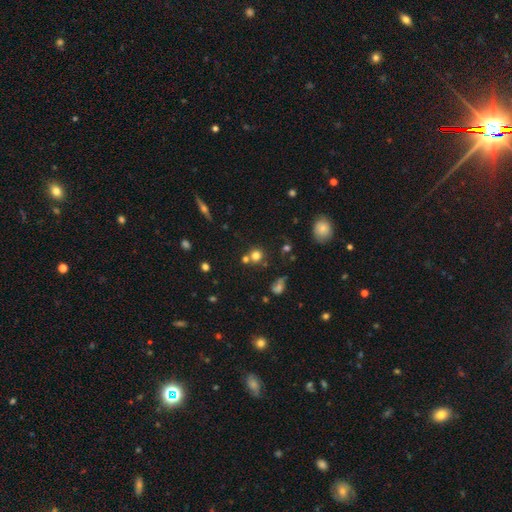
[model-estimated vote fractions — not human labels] smooth-or-featured: smooth: 72% | star or artifact: 18% | featured or disk: 10%
  how-rounded: round: 90% | in between: 9% | cigar-shaped: 1%
  merging: none: 65% | merger: 22% | minor disturbance: 10% | major disturbance: 4%